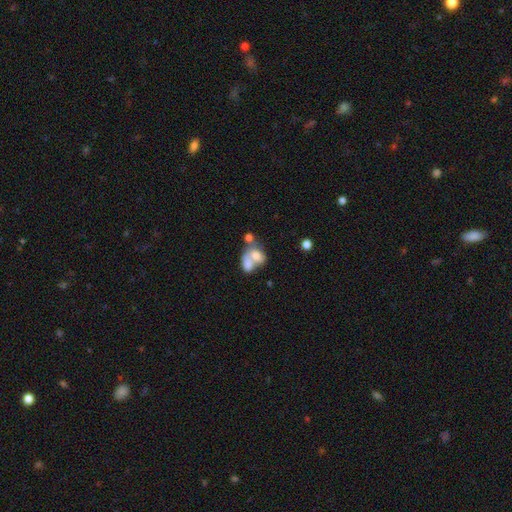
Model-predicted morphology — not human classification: Smooth or featured? Predicted: smooth (p=0.63). How rounded? Predicted: in between (p=0.65). Merging? Predicted: merger (p=0.69).